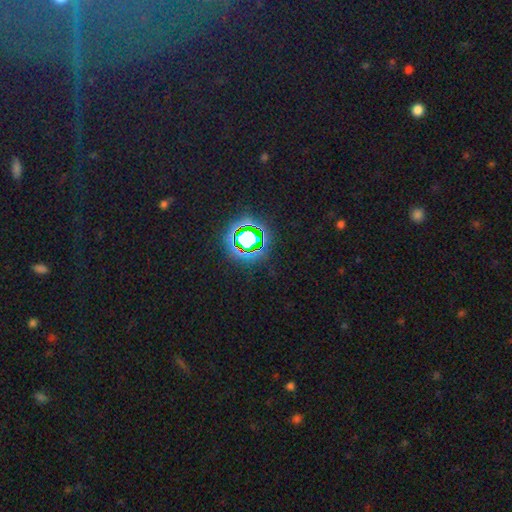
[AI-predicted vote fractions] A star or artifact, not a galaxy (75%).

Vote fractions:
- Smooth or featured? star or artifact: 75% / smooth: 17% / featured or disk: 9%